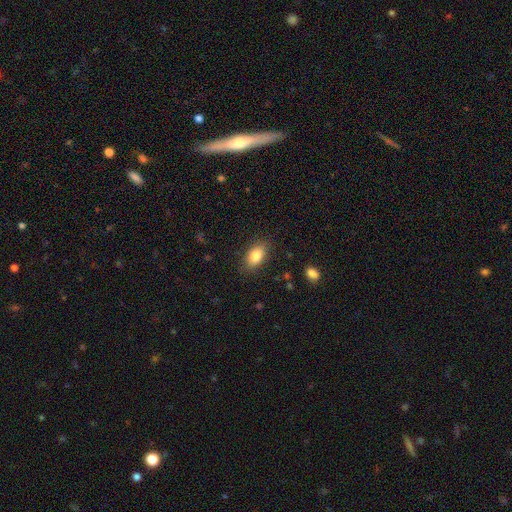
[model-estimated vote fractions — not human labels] smooth 83%, featured or disk 9%, star or artifact 8%. Down the decision tree: how rounded — in between (89%); merging — none (83%).